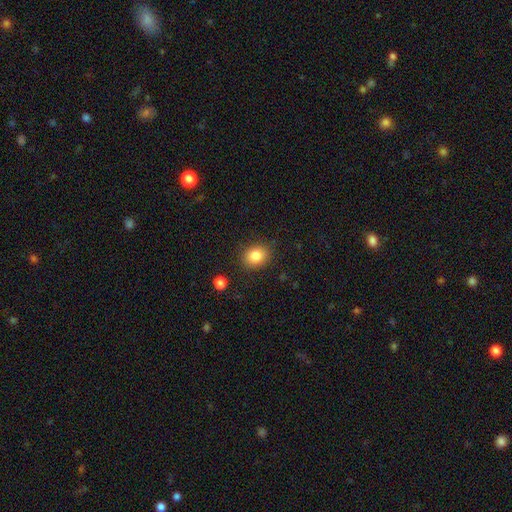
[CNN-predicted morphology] Smooth or featured? Predicted: smooth (p=0.84). How rounded? Predicted: round (p=0.59). Merging? Predicted: none (p=0.86).